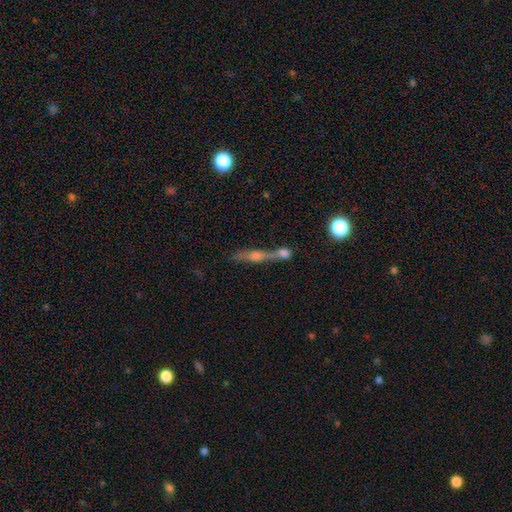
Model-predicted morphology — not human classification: smooth_or_featured: featured or disk (p=0.56) [alt: smooth p=0.32]
disk_edge_on: yes (p=0.82) [alt: no p=0.18]
merging: merger (p=0.47) [alt: none p=0.36]